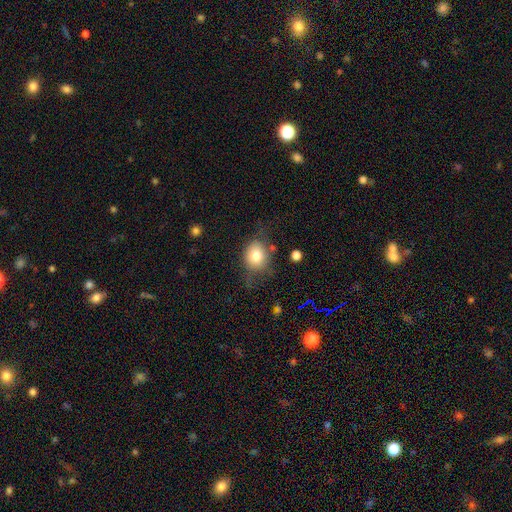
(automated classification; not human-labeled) Smooth or featured? Predicted: smooth (p=0.77). How rounded? Predicted: round (p=0.60). Merging? Predicted: none (p=0.60).